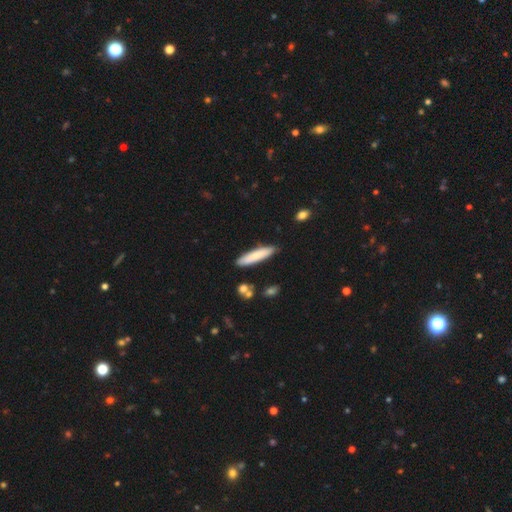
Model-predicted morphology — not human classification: This appears to be a smooth galaxy with no disk features (78%) that is cigar-shaped (81%). Merging: none (85%).